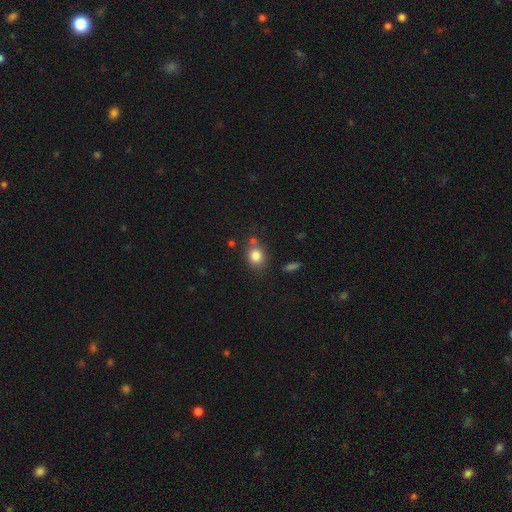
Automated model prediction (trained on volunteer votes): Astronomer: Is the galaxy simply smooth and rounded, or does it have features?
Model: smooth — 82%.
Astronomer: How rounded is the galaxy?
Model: round — 65%.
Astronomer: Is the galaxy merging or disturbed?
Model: none — 72%.